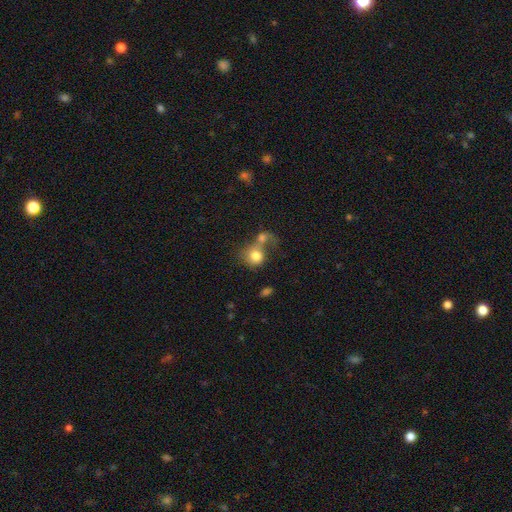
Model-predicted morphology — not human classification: Overall: smooth (76%). How rounded: round (76%). Merging: merger (61%).